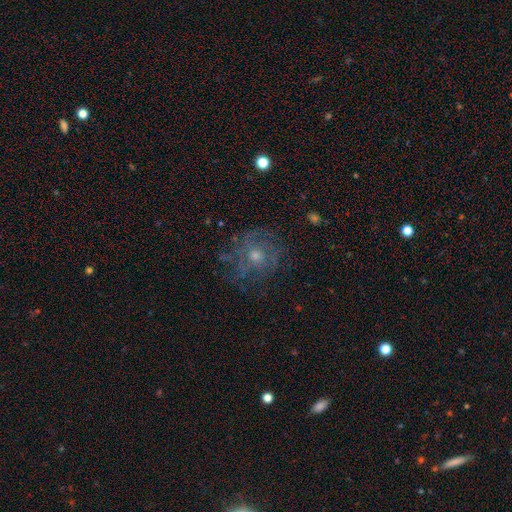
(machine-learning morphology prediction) featured or disk 56%, smooth 30%, star or artifact 15%. Down the decision tree: edge-on disk — no (97%); bar — no (86%); spiral arms — yes (55%); bulge size — moderate (57%); merging — none (65%).